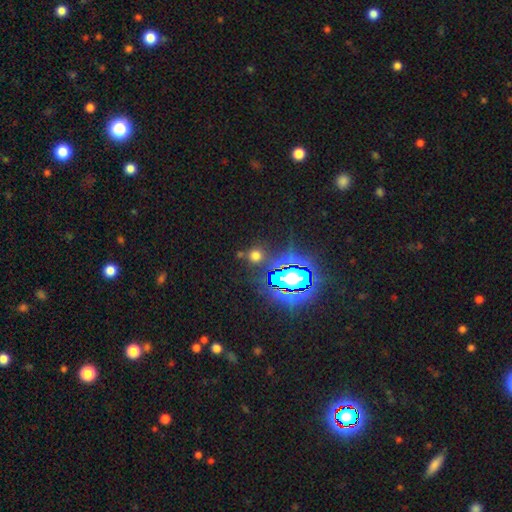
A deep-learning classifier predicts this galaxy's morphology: smooth 53%, star or artifact 39%, featured or disk 8%. Down the decision tree: how rounded — round (89%); merging — none (79%).